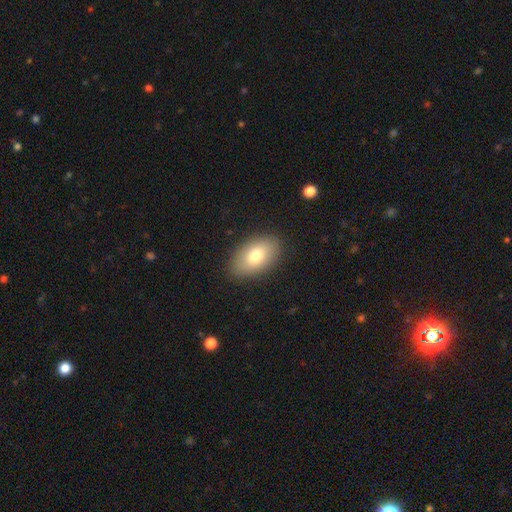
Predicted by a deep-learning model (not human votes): The model was most divided on "smooth or featured": smooth: 78%, featured or disk: 15%, star or artifact: 7%. More confident: how rounded — in between (93%); merging — none (87%).